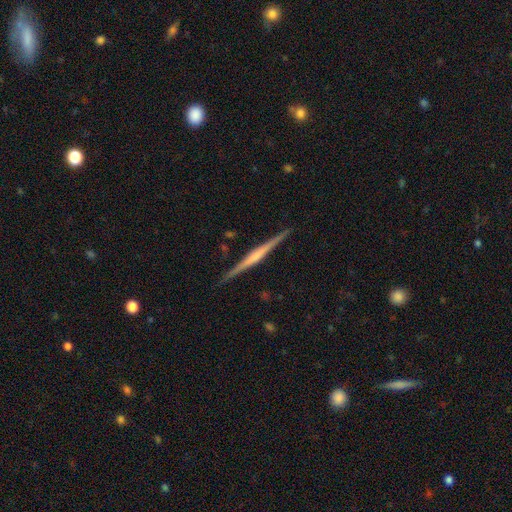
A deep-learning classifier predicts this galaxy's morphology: Smooth or featured? Predicted: featured or disk (p=0.77). Edge-on disk? Predicted: yes (p=0.98). Edge-on bulge? Predicted: rounded (p=0.50). Merging? Predicted: none (p=0.91).